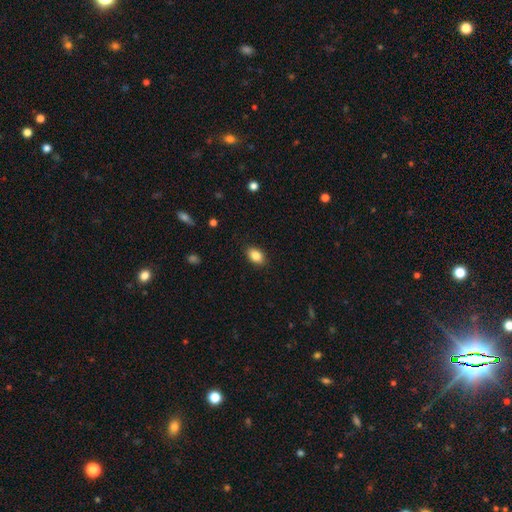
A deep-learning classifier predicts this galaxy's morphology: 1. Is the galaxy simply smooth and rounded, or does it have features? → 85% smooth, 8% star or artifact, 6% featured or disk.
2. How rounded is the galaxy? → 85% in between, 13% round, 2% cigar-shaped.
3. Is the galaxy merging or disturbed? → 88% none, 9% minor disturbance, 2% major disturbance, 1% merger.